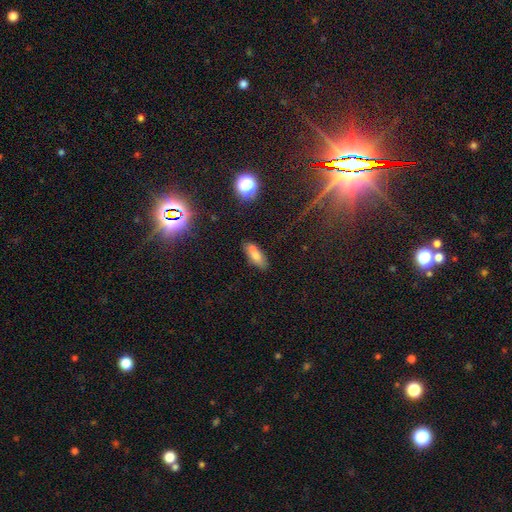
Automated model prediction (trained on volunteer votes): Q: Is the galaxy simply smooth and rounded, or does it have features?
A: smooth — 66%.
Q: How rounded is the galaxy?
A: in between — 68%.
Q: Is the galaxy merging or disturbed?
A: none — 58%.